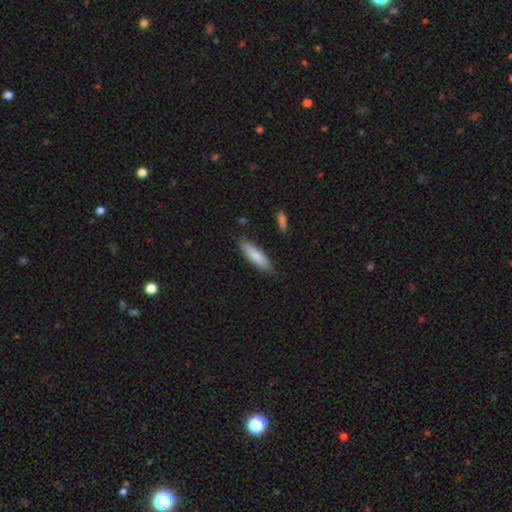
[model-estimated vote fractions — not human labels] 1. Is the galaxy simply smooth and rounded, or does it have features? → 82% smooth, 13% featured or disk, 6% star or artifact.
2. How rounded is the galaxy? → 63% cigar-shaped, 36% in between, 1% round.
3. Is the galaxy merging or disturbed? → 83% none, 13% minor disturbance, 2% major disturbance, 2% merger.